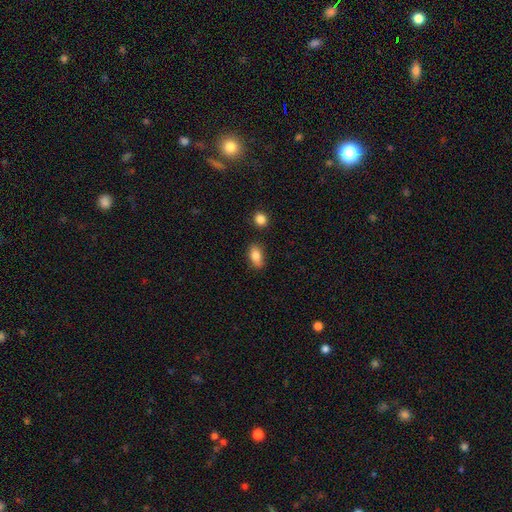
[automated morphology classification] smooth-or-featured: smooth: 83% | featured or disk: 9% | star or artifact: 8%
  how-rounded: in between: 86% | round: 8% | cigar-shaped: 7%
  merging: none: 81% | minor disturbance: 13% | merger: 4% | major disturbance: 3%